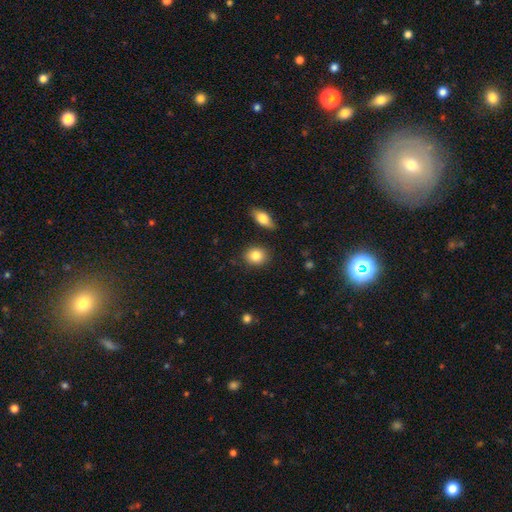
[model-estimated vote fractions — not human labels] Q: Smooth or featured?
A: smooth (85%); runner-up: star or artifact (8%)
Q: How rounded?
A: round (65%); runner-up: in between (34%)
Q: Merging?
A: none (86%); runner-up: minor disturbance (9%)